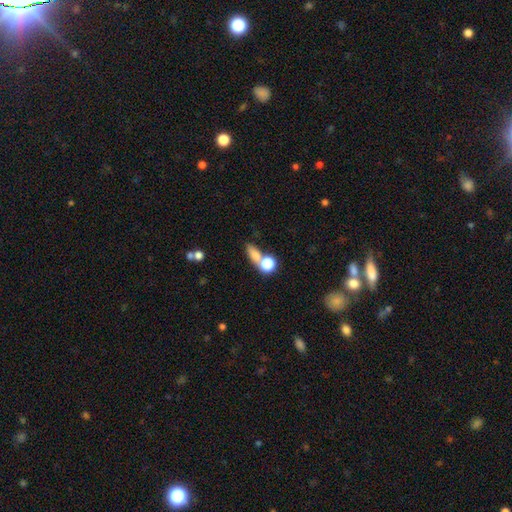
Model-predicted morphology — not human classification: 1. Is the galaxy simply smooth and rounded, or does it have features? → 73% smooth, 14% star or artifact, 13% featured or disk.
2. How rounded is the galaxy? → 51% in between, 32% round, 16% cigar-shaped.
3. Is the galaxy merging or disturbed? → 44% none, 39% merger, 10% minor disturbance, 7% major disturbance.